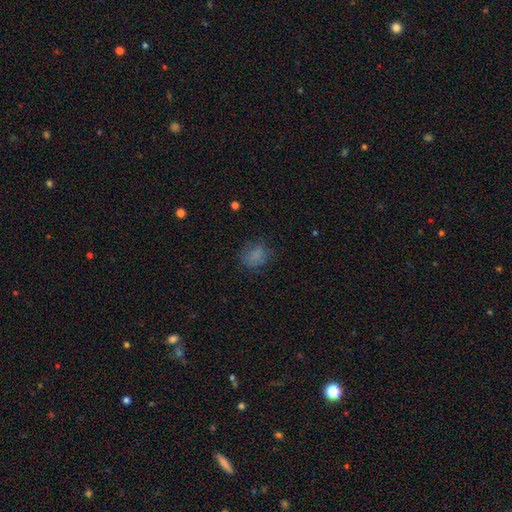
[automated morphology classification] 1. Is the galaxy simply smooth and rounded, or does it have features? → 75% smooth, 14% star or artifact, 11% featured or disk.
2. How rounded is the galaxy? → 52% round, 46% in between, 1% cigar-shaped.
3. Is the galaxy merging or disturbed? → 67% none, 21% minor disturbance, 11% major disturbance, 2% merger.